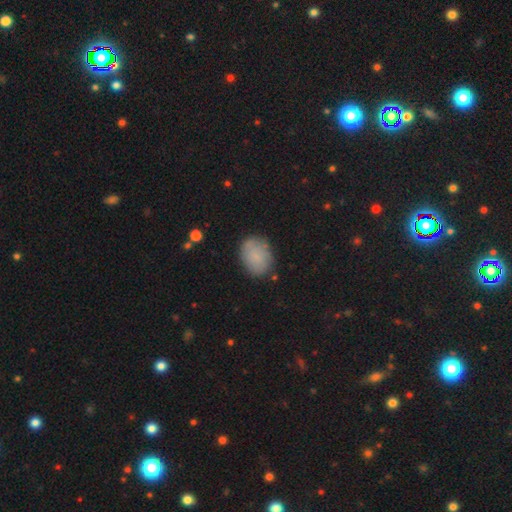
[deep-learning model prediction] Smooth or featured: smooth — 79% (featured or disk — 13%)
How rounded: in between — 65% (round — 34%)
Merging: none — 77% (minor disturbance — 16%)